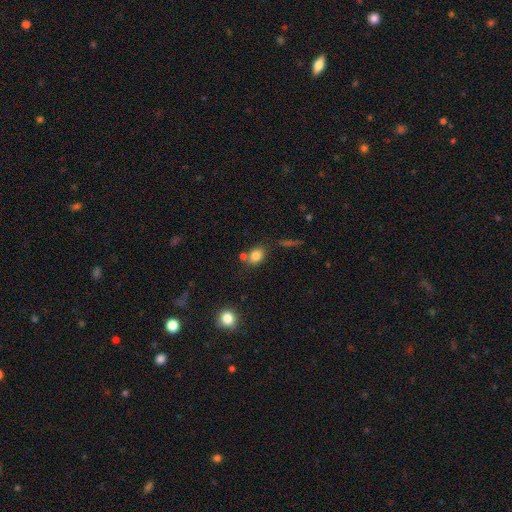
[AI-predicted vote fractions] Morphology: type=smooth (81%); roundness=in between (60%); merging=none (62%).